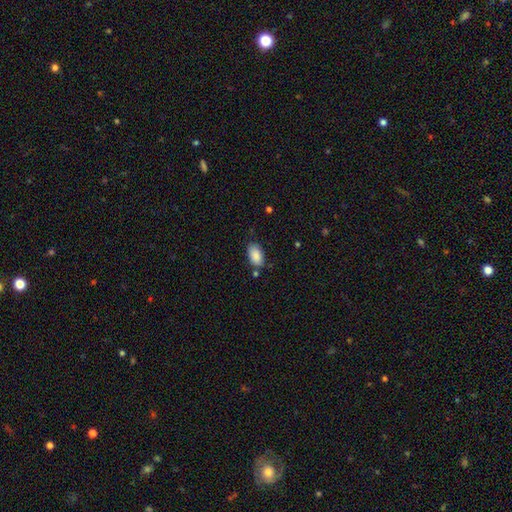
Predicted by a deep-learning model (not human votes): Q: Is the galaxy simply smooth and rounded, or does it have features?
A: smooth — 88%.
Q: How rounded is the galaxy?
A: in between — 94%.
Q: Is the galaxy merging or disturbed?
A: none — 76%.